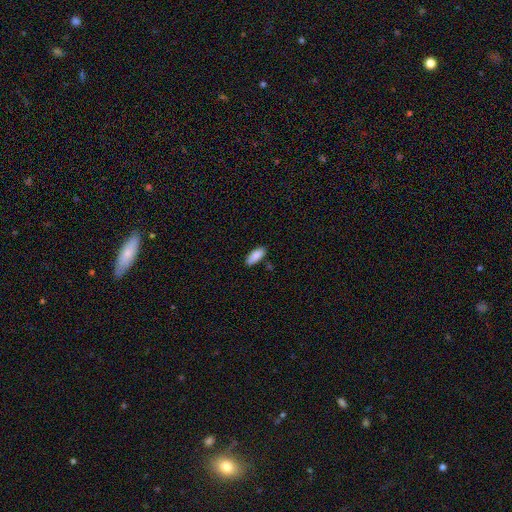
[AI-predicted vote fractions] Overall: smooth (88%). How rounded: in between (82%). Merging: none (84%).